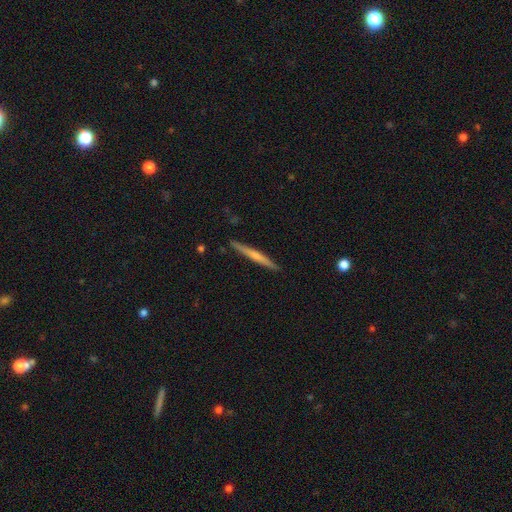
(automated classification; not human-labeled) smooth_or_featured: featured or disk (p=0.52) [alt: smooth p=0.43]
disk_edge_on: yes (p=0.97) [alt: no p=0.03]
edge_on_bulge: none (p=0.48) [alt: rounded p=0.45]
merging: none (p=0.91) [alt: minor disturbance p=0.07]